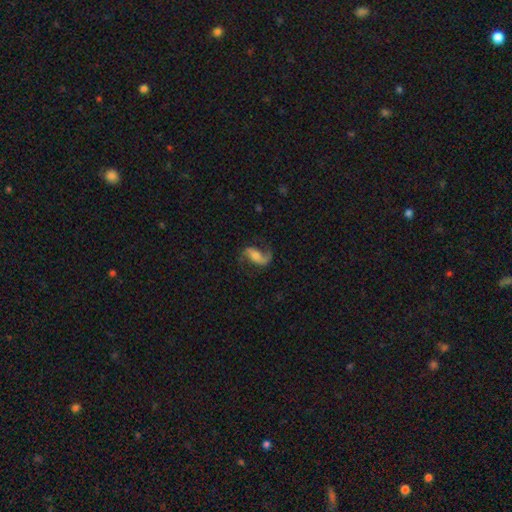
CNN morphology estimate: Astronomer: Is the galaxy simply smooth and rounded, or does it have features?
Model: featured or disk — 78%.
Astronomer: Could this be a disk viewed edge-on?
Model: no — 96%.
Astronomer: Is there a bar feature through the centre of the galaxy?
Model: no — 39% (runner-up: weak, 38%).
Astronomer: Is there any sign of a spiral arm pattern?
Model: yes — 95%.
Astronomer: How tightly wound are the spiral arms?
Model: loose — 67%.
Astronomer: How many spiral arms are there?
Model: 2 — 88%.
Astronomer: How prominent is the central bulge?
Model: moderate — 39% (runner-up: small, 33%).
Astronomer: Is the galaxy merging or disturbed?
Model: none — 70%.